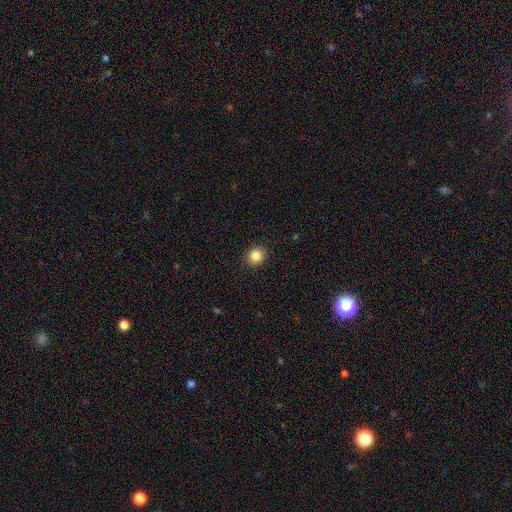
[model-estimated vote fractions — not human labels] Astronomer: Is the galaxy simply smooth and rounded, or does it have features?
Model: smooth — 85%.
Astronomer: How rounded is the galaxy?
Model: round — 85%.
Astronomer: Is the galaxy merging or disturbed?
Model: none — 91%.